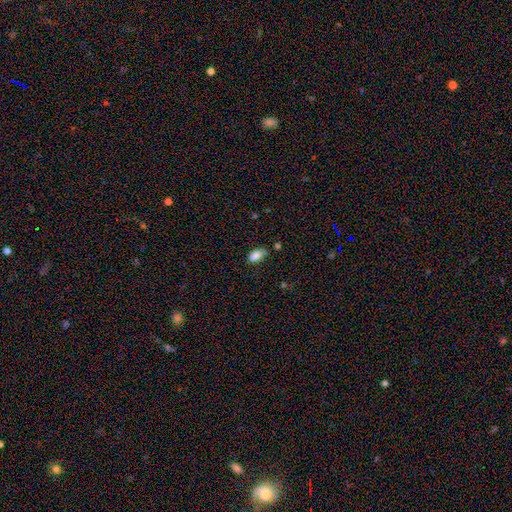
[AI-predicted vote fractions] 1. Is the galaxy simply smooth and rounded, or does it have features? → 86% smooth, 9% star or artifact, 6% featured or disk.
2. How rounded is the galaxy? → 91% in between, 6% round, 3% cigar-shaped.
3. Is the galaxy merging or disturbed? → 58% none, 29% minor disturbance, 7% major disturbance, 5% merger.